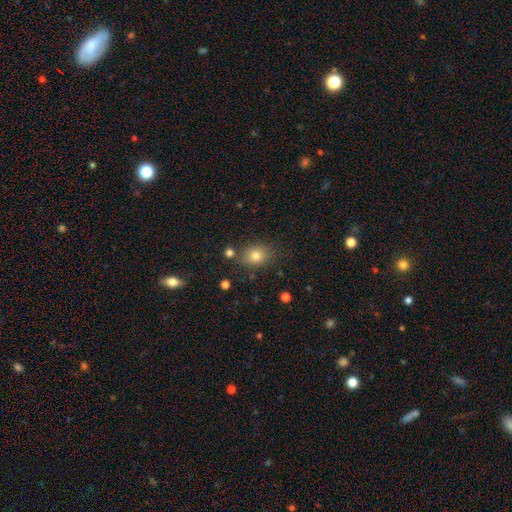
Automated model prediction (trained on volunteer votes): smooth_or_featured: smooth (p=0.79) [alt: star or artifact p=0.13]
how_rounded: round (p=0.54) [alt: in between p=0.45]
merging: none (p=0.77) [alt: minor disturbance p=0.13]